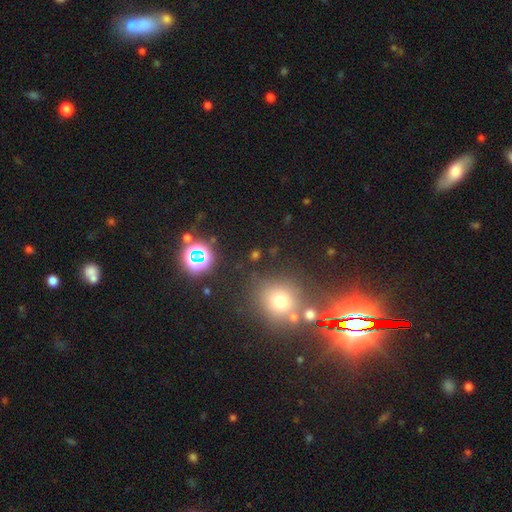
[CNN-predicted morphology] Overall: star or artifact (53%; smooth 37%).